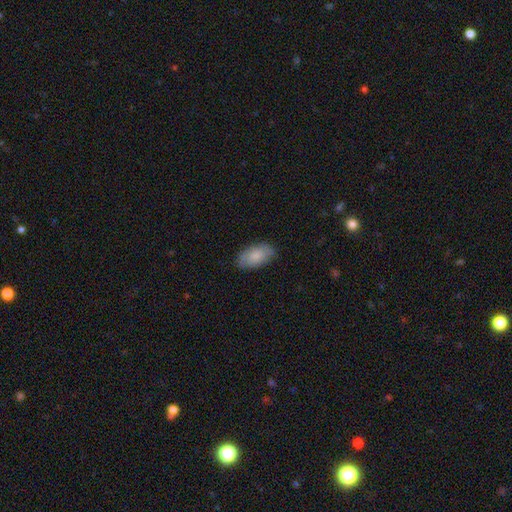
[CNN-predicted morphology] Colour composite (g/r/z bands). It shows a smooth galaxy with no disk features (78%) that is in between round and cigar-shaped (94%). Merging: none (78%).